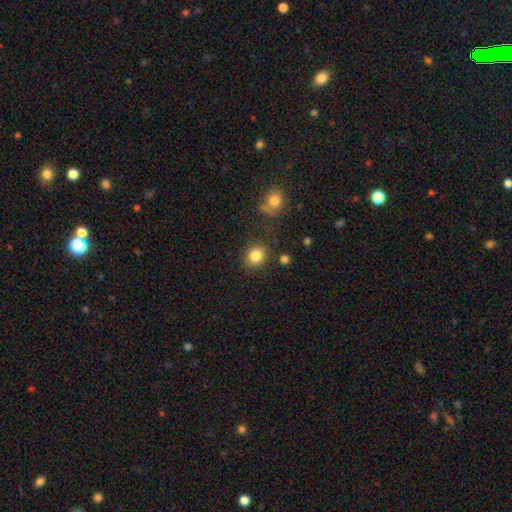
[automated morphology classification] Smooth or featured? Predicted: smooth (p=0.85). How rounded? Predicted: round (p=0.78). Merging? Predicted: none (p=0.81).